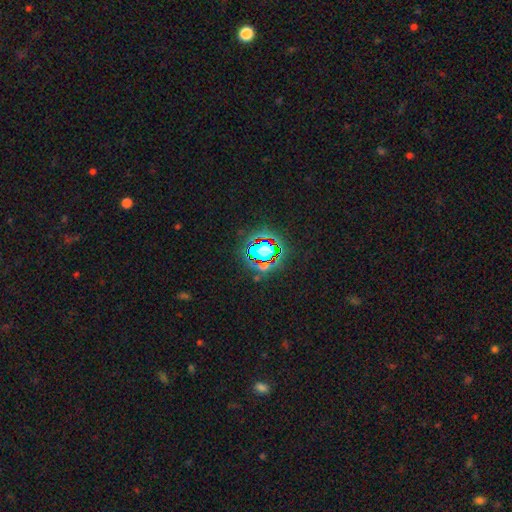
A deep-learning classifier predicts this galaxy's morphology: Q: Smooth or featured?
A: star or artifact (80%); runner-up: smooth (12%)